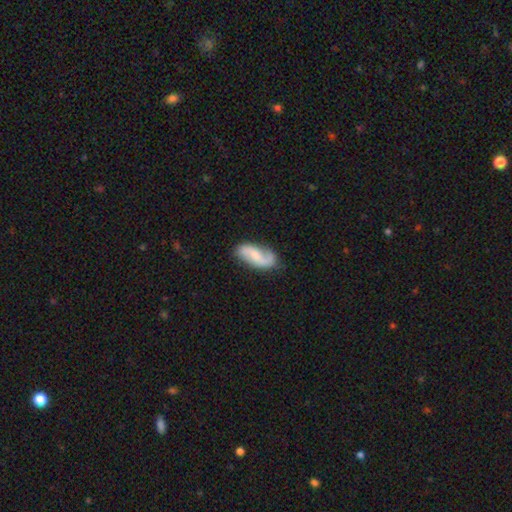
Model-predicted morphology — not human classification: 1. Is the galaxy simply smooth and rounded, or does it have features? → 71% featured or disk, 24% smooth, 6% star or artifact.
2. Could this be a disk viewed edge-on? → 95% no, 5% yes.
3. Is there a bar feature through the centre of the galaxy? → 43% no, 42% weak, 15% strong.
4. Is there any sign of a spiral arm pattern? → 94% yes, 6% no.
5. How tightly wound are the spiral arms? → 60% loose, 29% medium, 11% tight.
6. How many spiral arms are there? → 87% 2, 6% 1, 4% can't tell, 1% 3, 1% 4, 1% more than 4.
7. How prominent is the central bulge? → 51% small, 33% moderate, 12% none, 3% large, 1% dominant.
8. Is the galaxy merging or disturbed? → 75% none, 18% minor disturbance, 5% major disturbance, 2% merger.